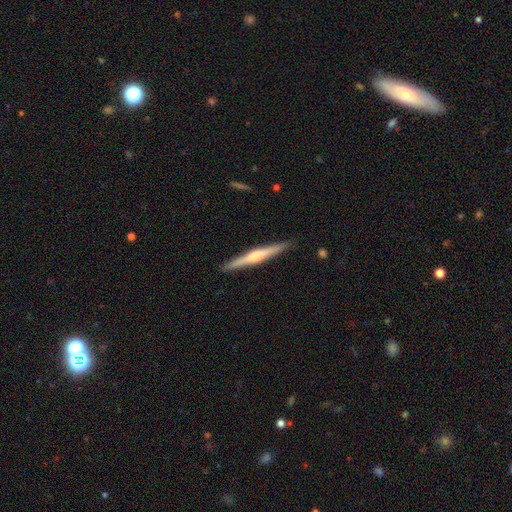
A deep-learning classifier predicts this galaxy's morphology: This appears to be a featured or disk galaxy (66%) viewed edge-on (98%) with a rounded central bulge (64%). Merging: none (91%).